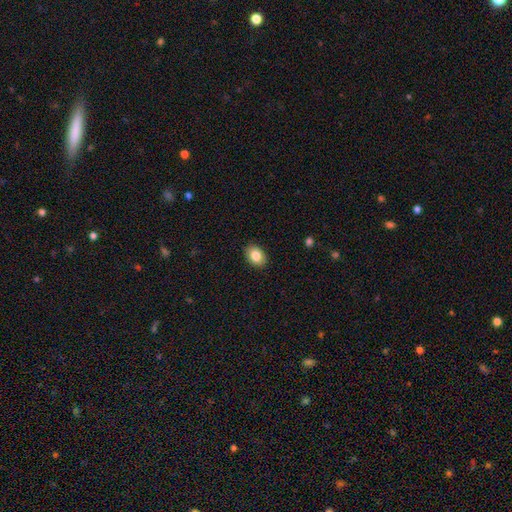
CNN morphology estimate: Smooth or featured? smooth (84%)
How rounded? in between (74%)
Merging? none (89%)